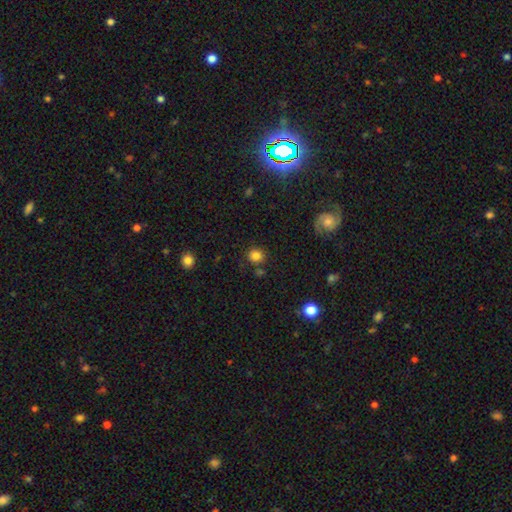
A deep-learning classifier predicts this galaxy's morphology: Smooth or featured? smooth (83%)
How rounded? round (85%)
Merging? none (80%)